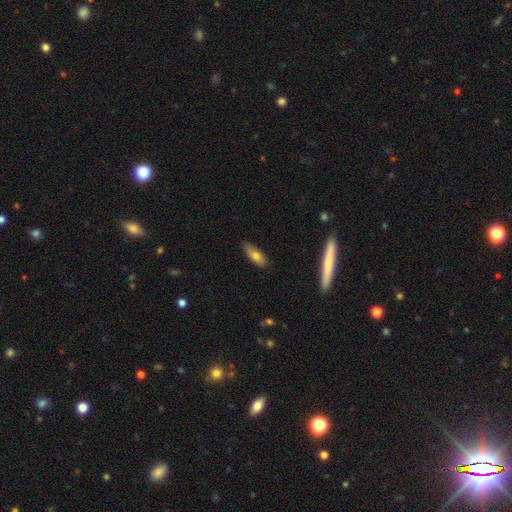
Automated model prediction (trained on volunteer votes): smooth 73%, featured or disk 20%, star or artifact 7%. Down the decision tree: how rounded — in between (63%); merging — none (76%).